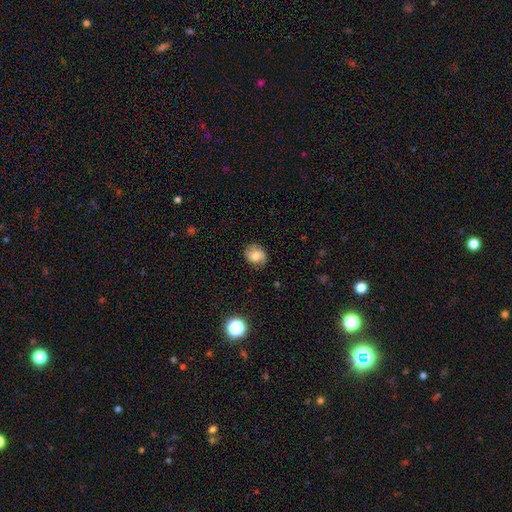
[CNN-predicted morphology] Smooth or featured? Predicted: smooth (p=0.63). How rounded? Predicted: round (p=0.63). Merging? Predicted: none (p=0.79).